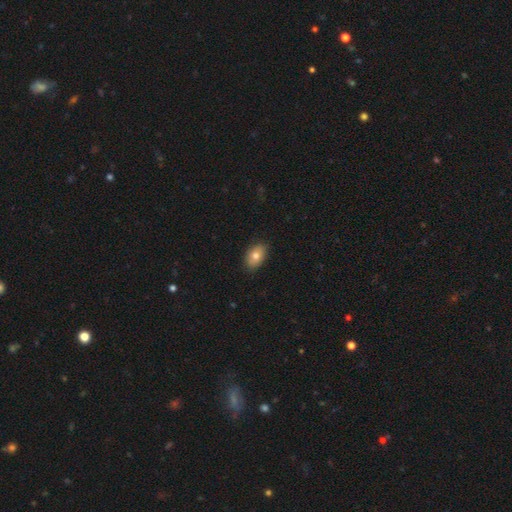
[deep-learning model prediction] This appears to be a smooth galaxy with no disk features (78%) that is in between round and cigar-shaped (85%). Merging: none (85%).